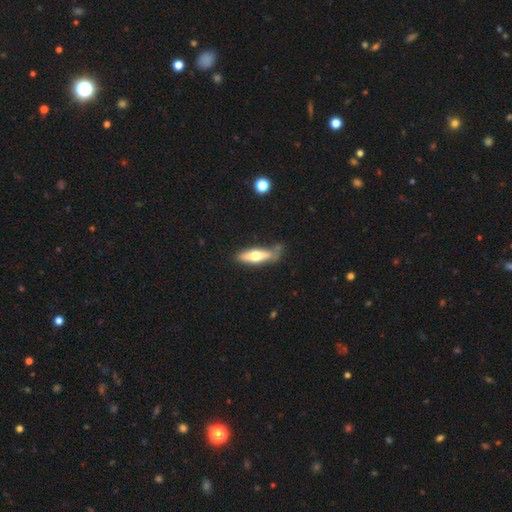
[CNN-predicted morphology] Q: Smooth or featured?
A: smooth (53%); runner-up: featured or disk (42%)
Q: How rounded?
A: cigar-shaped (61%); runner-up: in between (37%)
Q: Merging?
A: none (66%); runner-up: minor disturbance (22%)